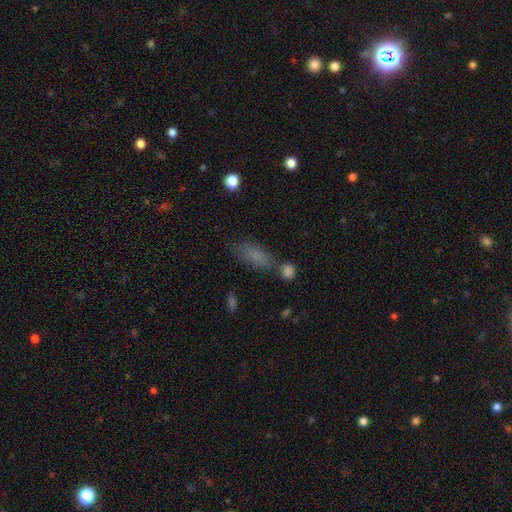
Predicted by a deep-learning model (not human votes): Overall: smooth (77%). How rounded: in between (76%). Merging: none (59%).